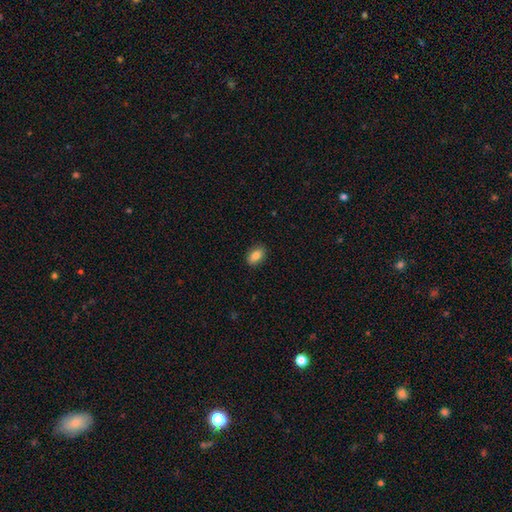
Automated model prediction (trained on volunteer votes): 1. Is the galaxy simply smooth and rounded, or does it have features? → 83% smooth, 9% featured or disk, 8% star or artifact.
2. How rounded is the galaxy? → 88% in between, 10% round, 3% cigar-shaped.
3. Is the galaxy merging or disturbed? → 89% none, 8% minor disturbance, 2% major disturbance, 1% merger.